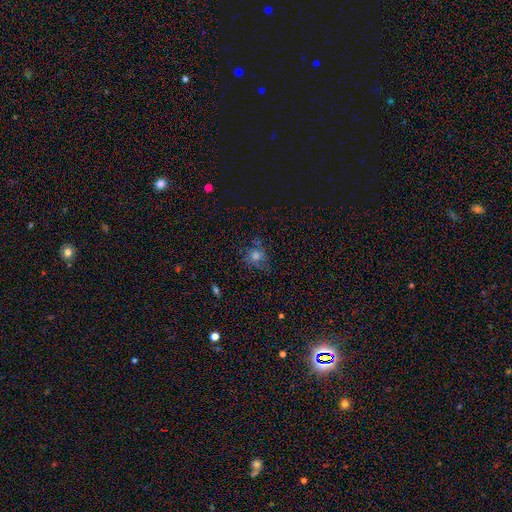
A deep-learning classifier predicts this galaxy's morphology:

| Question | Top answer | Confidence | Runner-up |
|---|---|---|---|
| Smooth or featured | smooth | 51% | star or artifact (30%) |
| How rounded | round | 77% | in between (21%) |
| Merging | none | 66% | minor disturbance (20%) |